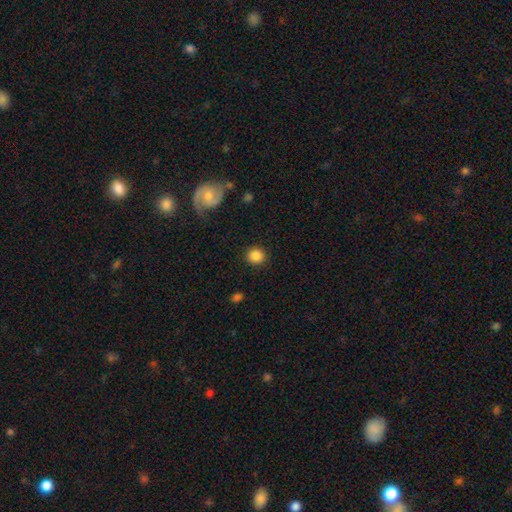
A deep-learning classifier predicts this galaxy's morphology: Smooth or featured? Predicted: smooth (p=0.86). How rounded? Predicted: round (p=0.89). Merging? Predicted: none (p=0.89).